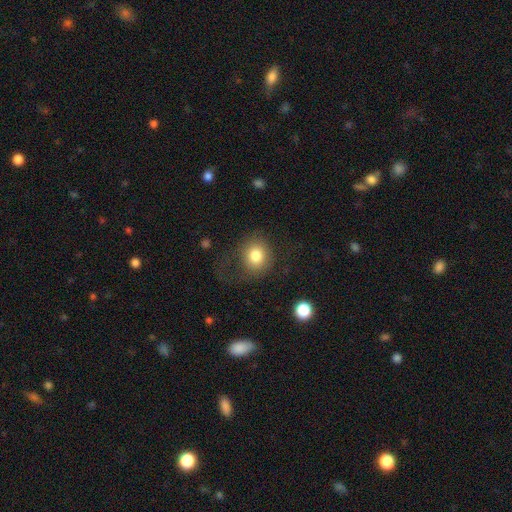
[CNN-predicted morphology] The model was most divided on "merging": none: 58%, major disturbance: 23%, minor disturbance: 17%, merger: 2%. More confident: smooth or featured — smooth (80%); how rounded — round (75%).